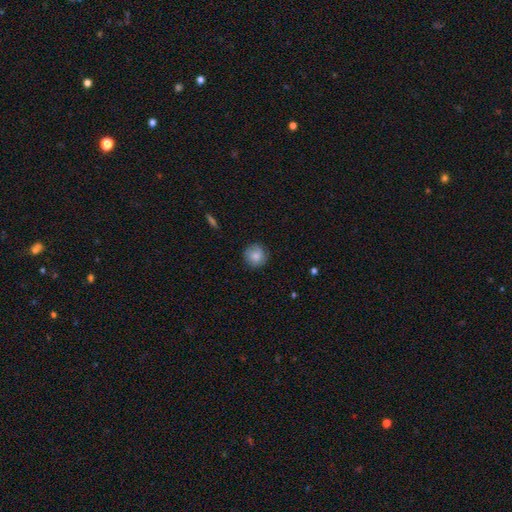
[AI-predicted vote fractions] smooth_or_featured: smooth (p=0.81) [alt: featured or disk p=0.12]
how_rounded: round (p=0.93) [alt: in between p=0.06]
merging: none (p=0.85) [alt: minor disturbance p=0.12]